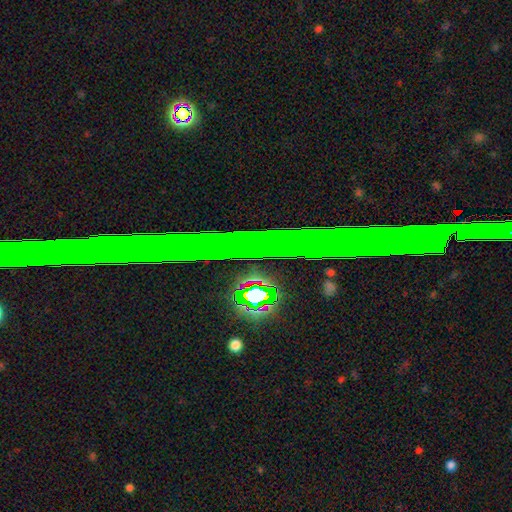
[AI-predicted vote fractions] A star or artifact, not a galaxy (78%).

Vote fractions:
- Smooth or featured? star or artifact: 78% / featured or disk: 12% / smooth: 10%